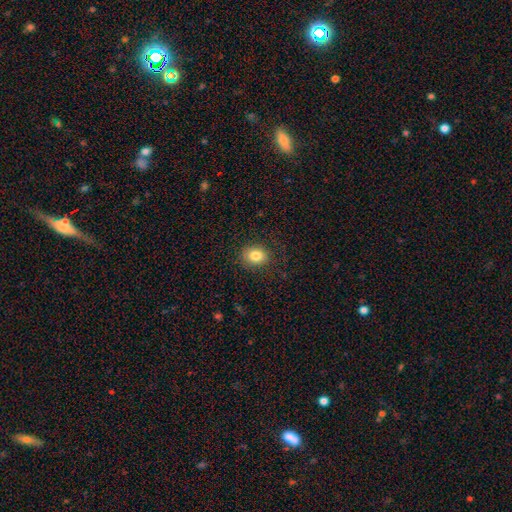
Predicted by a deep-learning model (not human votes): A smooth galaxy with no disk features (82%) that is round (52%). Merging: none (85%).